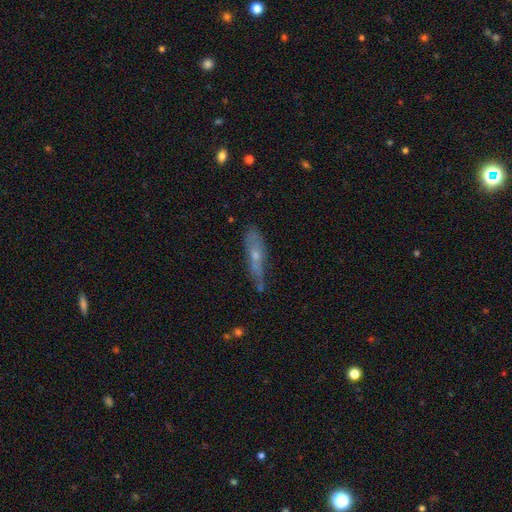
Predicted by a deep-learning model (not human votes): Smooth or featured? Predicted: featured or disk (p=0.48). Merging? Predicted: none (p=0.54).